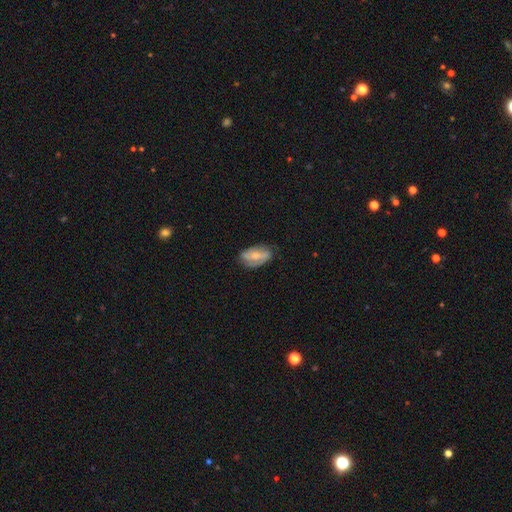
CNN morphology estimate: Overall: featured or disk (57%; smooth 36%). Edge-on disk: no (95%). Bar: no (42%; weak 41%). Spiral arms: yes (81%). Bulge size: moderate (46%; small 40%). Merging: none (64%; minor disturbance 26%).